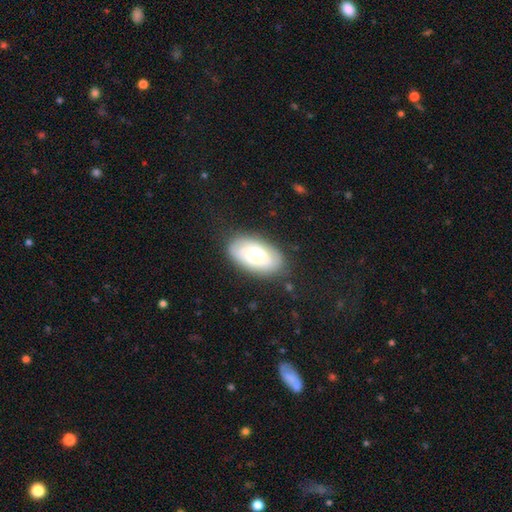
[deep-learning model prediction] Smooth or featured? Predicted: featured or disk (p=0.54). Edge-on disk? Predicted: no (p=0.93). Merging? Predicted: none (p=0.78).